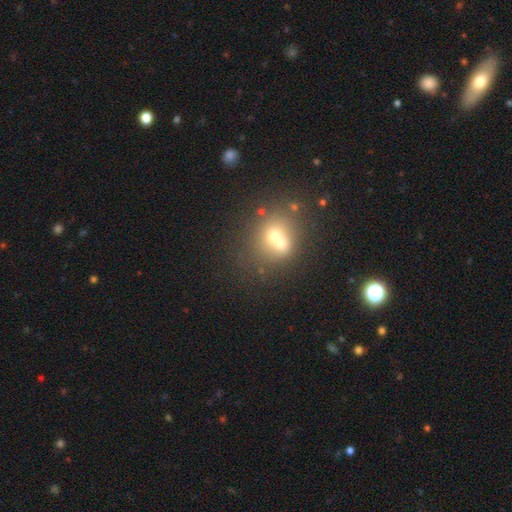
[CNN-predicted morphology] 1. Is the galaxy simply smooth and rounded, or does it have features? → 48% smooth, 27% star or artifact, 26% featured or disk.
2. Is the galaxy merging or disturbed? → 54% none, 26% merger, 13% minor disturbance, 8% major disturbance.